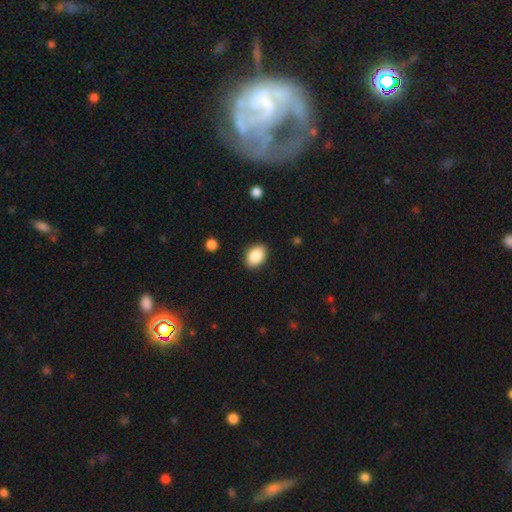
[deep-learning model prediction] Smooth or featured? Predicted: smooth (p=0.89). How rounded? Predicted: in between (p=0.82). Merging? Predicted: none (p=0.89).